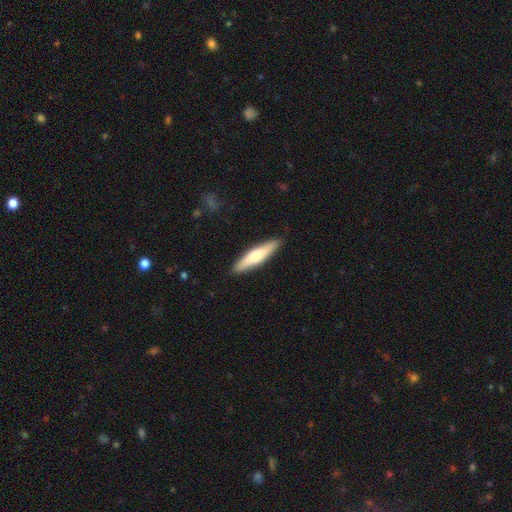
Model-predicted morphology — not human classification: The model was most divided on "smooth or featured": smooth: 61%, featured or disk: 34%, star or artifact: 5%. More confident: merging — none (89%); how rounded — cigar-shaped (80%).